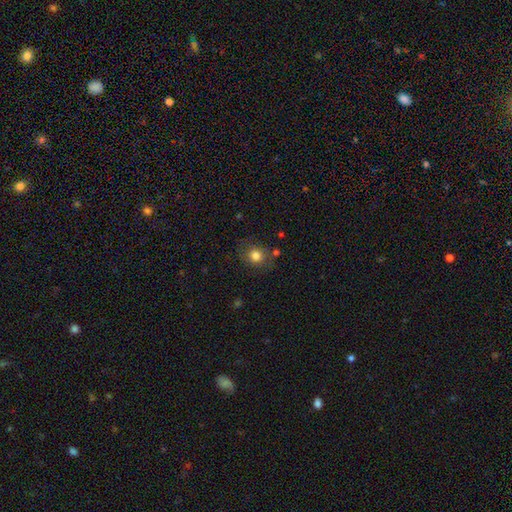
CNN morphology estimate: Smooth or featured: smooth — 80% (star or artifact — 11%)
How rounded: round — 76% (in between — 23%)
Merging: none — 77% (minor disturbance — 14%)